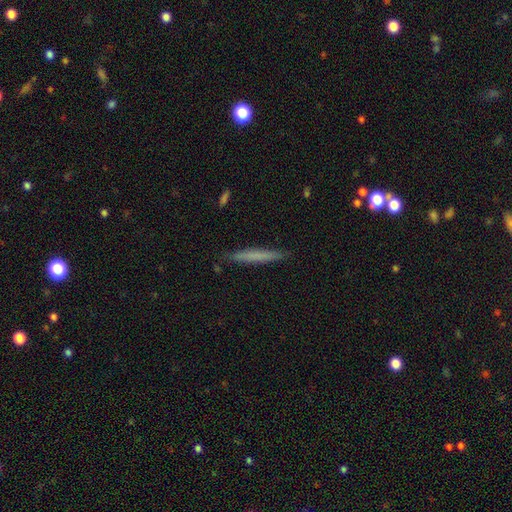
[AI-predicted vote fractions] Smooth or featured? smooth (65%)
How rounded? cigar-shaped (96%)
Merging? none (89%)